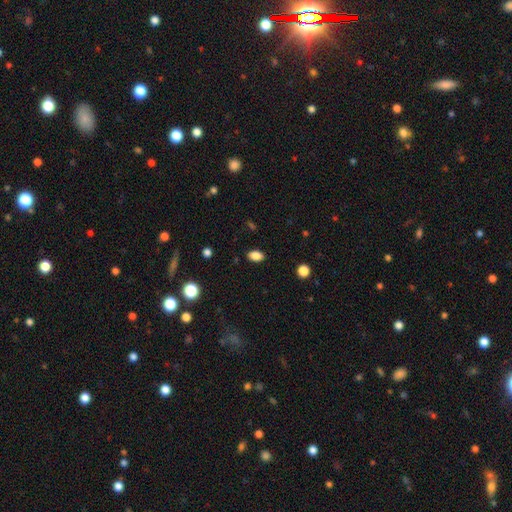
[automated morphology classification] Q: Smooth or featured?
A: smooth (85%); runner-up: star or artifact (10%)
Q: How rounded?
A: in between (88%); runner-up: round (10%)
Q: Merging?
A: none (88%); runner-up: minor disturbance (9%)